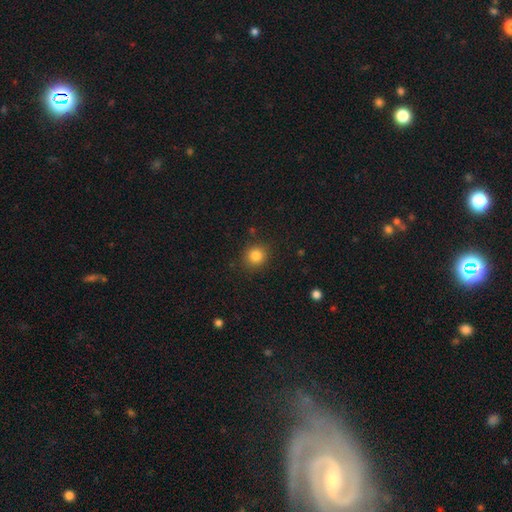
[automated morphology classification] Q: Smooth or featured?
A: smooth (83%); runner-up: star or artifact (11%)
Q: How rounded?
A: round (88%); runner-up: in between (11%)
Q: Merging?
A: none (89%); runner-up: minor disturbance (7%)